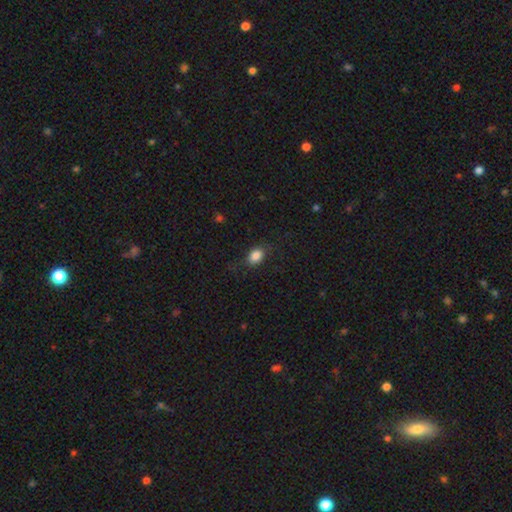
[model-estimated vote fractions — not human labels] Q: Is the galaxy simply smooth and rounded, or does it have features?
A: smooth — 85%.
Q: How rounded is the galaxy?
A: in between — 69%.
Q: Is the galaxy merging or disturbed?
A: none — 77%.